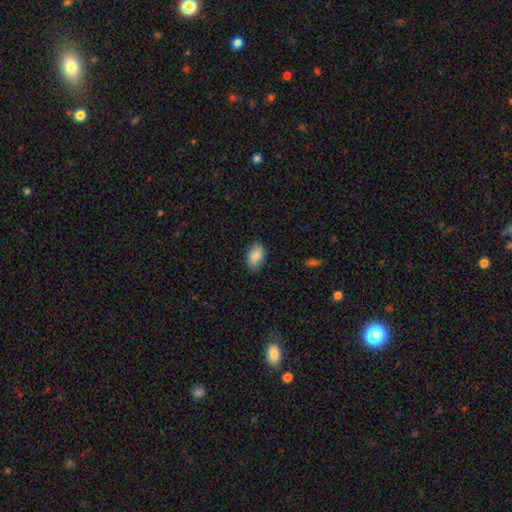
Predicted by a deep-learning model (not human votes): This appears to be a smooth galaxy with no disk features (87%) that is in between round and cigar-shaped (90%). Merging: none (86%).